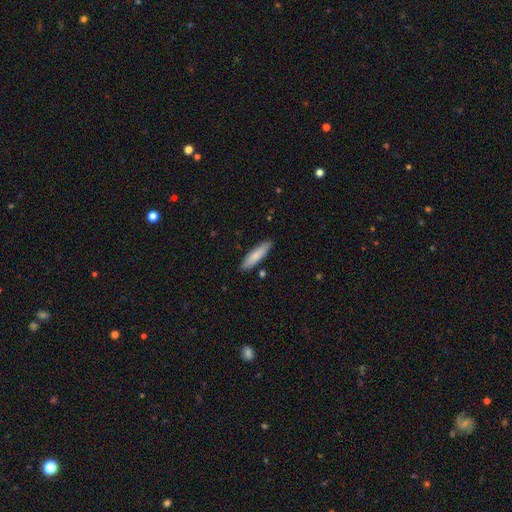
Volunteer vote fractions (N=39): A smooth galaxy with no disk features (79%) that is cigar-shaped (71%).

Vote fractions:
- Smooth or featured? smooth: 79% / featured or disk: 15% / star or artifact: 5%
- How rounded? cigar-shaped: 71% / in between: 26% / round: 3%
- Merging? none: 76% / minor disturbance: 22% / major disturbance: 3% / merger: 0%